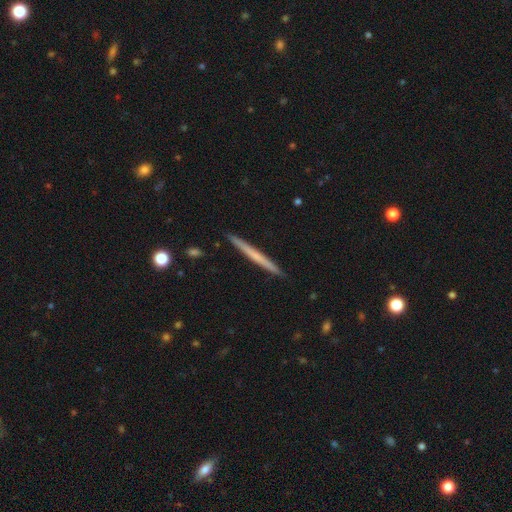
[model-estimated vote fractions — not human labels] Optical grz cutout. It shows a smooth galaxy with no disk features (48%). Merging: none (92%).